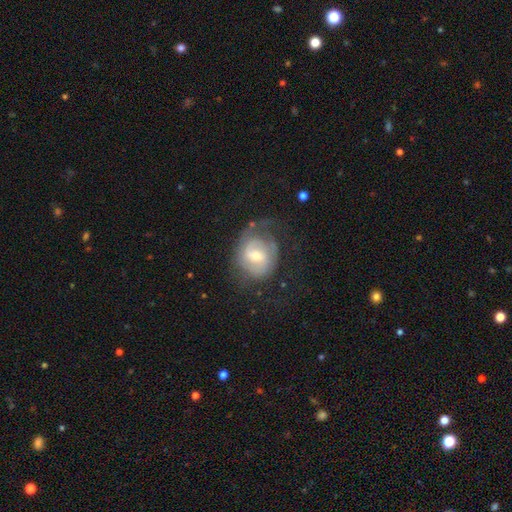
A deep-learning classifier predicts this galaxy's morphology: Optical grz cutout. It shows a featured or disk galaxy (65%) with a weak bar (52%), 2 (53%) tight (41%) spiral arms (80%) and a moderate central bulge (52%). Merging: none (49%).